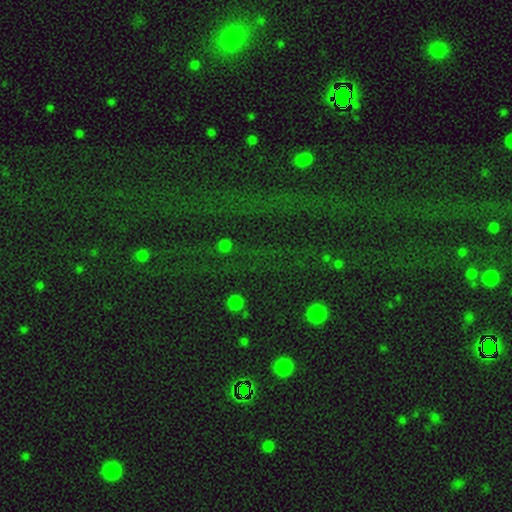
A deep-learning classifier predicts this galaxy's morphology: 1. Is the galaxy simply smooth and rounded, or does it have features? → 75% star or artifact, 16% smooth, 9% featured or disk.